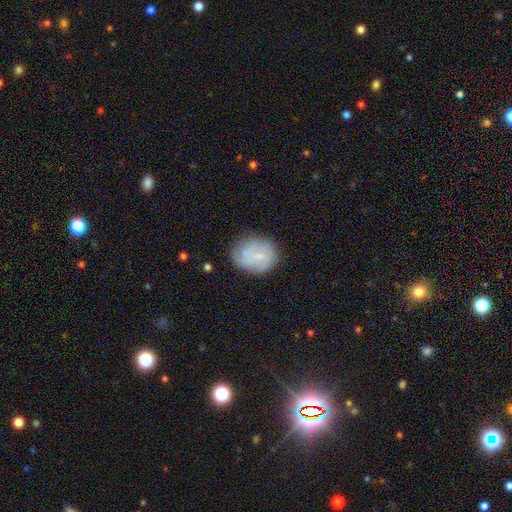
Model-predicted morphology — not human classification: smooth-or-featured: smooth: 57% | featured or disk: 35% | star or artifact: 8%
  how-rounded: round: 61% | in between: 38% | cigar-shaped: 1%
  merging: none: 66% | minor disturbance: 23% | major disturbance: 8% | merger: 3%